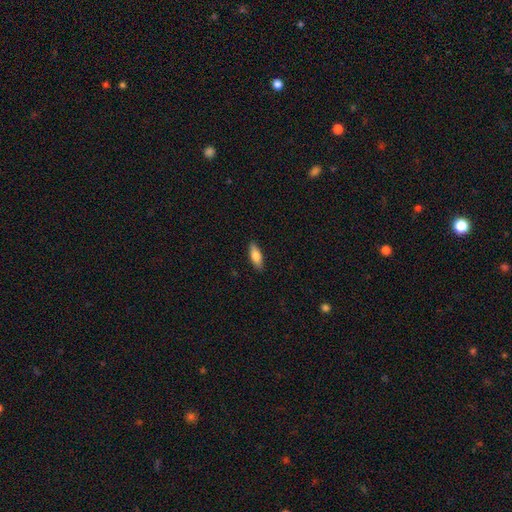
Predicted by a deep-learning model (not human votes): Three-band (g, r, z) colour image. It shows a smooth galaxy with no disk features (77%) that is in between round and cigar-shaped (66%). Merging: none (88%).